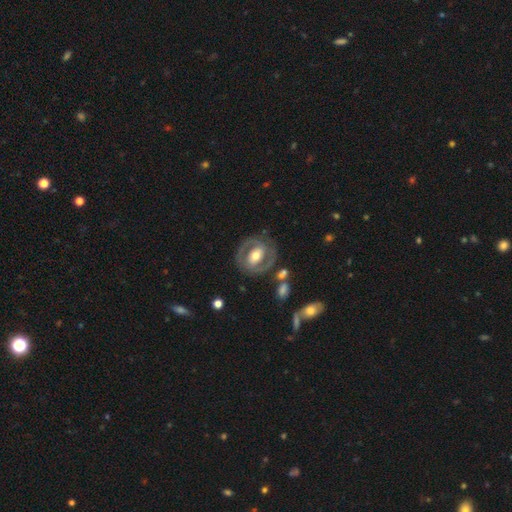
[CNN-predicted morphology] Smooth or featured: featured or disk — 72% (smooth — 23%)
Edge-on disk: no — 96% (yes — 4%)
Bar: strong — 34% (no — 33%)
Spiral arms: yes — 57% (no — 43%)
Bulge size: moderate — 69% (small — 15%)
Merging: none — 75% (minor disturbance — 13%)